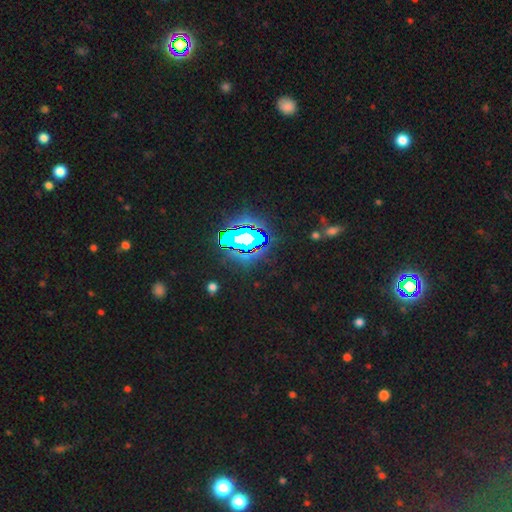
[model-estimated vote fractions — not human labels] A star or artifact, not a galaxy (83%).

Vote fractions:
- Smooth or featured? star or artifact: 83% / smooth: 10% / featured or disk: 7%